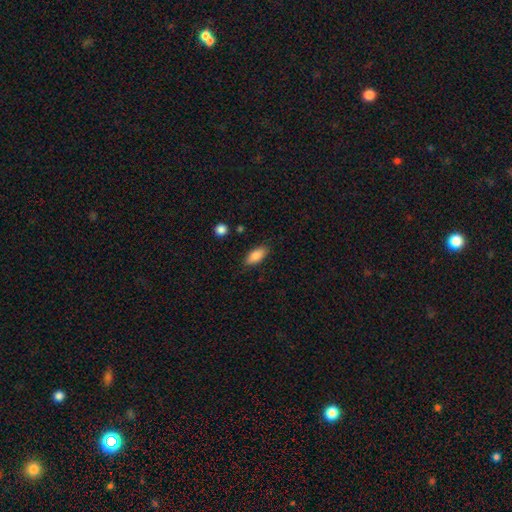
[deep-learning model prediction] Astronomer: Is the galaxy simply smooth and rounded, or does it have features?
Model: smooth — 85%.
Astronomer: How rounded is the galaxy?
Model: in between — 87%.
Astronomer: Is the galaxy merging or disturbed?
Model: none — 84%.